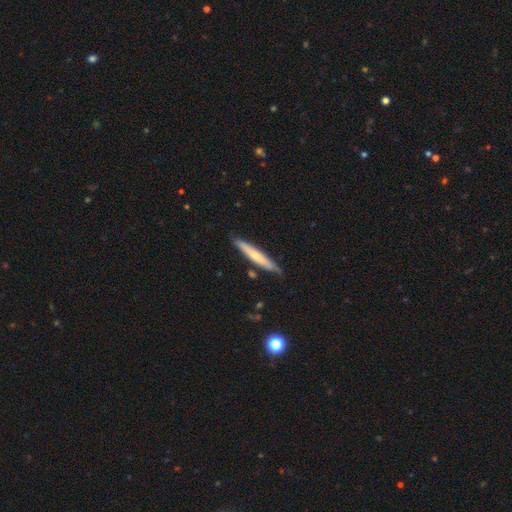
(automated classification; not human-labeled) Q: Smooth or featured?
A: smooth (54%); runner-up: featured or disk (41%)
Q: How rounded?
A: cigar-shaped (93%); runner-up: in between (5%)
Q: Merging?
A: none (82%); runner-up: minor disturbance (13%)